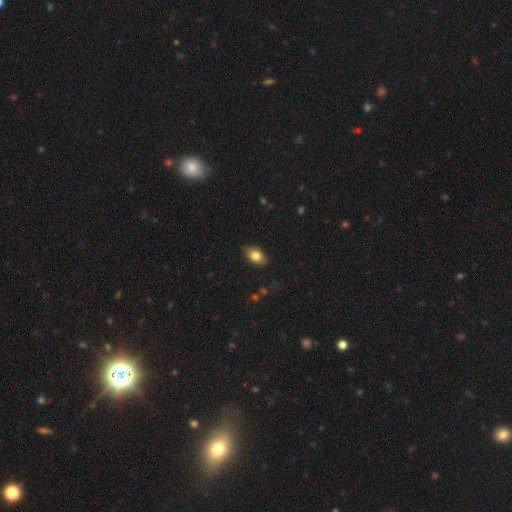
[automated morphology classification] This appears to be a smooth galaxy with no disk features (80%) that is in between round and cigar-shaped (88%). Merging: none (83%).